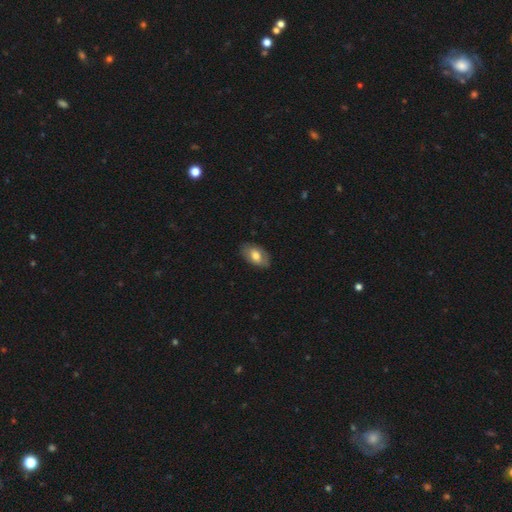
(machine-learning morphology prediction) Smooth or featured: smooth — 69% (featured or disk — 24%)
How rounded: in between — 92% (round — 7%)
Merging: none — 80% (minor disturbance — 16%)